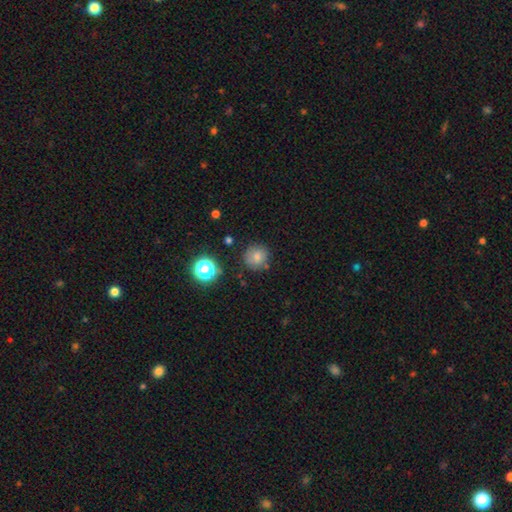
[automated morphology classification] Overall: smooth (78%). How rounded: round (92%). Merging: none (81%).